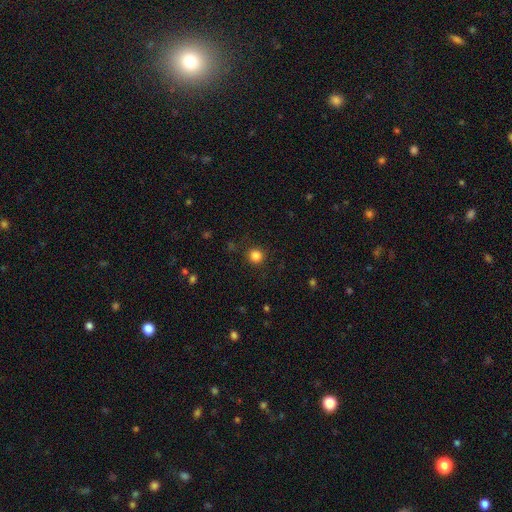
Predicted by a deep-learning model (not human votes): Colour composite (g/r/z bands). It shows a smooth galaxy with no disk features (84%) that is round (94%). Merging: none (90%).